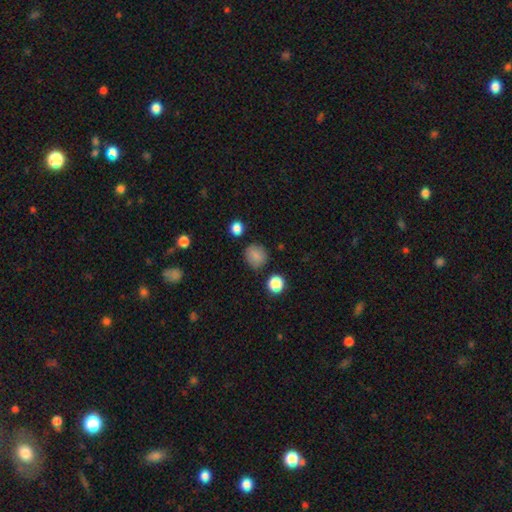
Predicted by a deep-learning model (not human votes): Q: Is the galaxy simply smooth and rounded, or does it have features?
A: smooth — 82%.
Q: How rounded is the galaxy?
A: round — 81%.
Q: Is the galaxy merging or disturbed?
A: none — 82%.